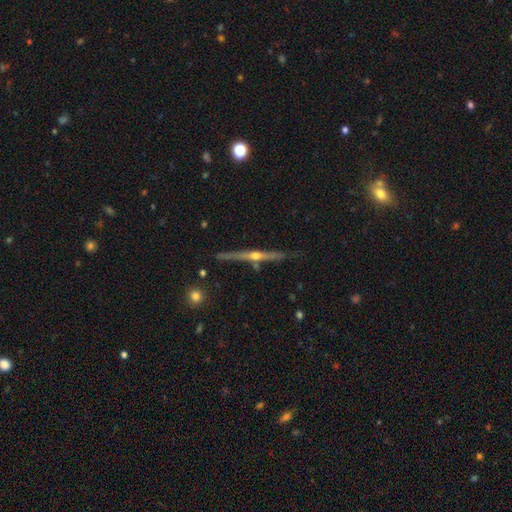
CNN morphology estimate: Overall: featured or disk (79%). Edge-on disk: yes (97%). Edge-on bulge: rounded (89%). Merging: none (81%).